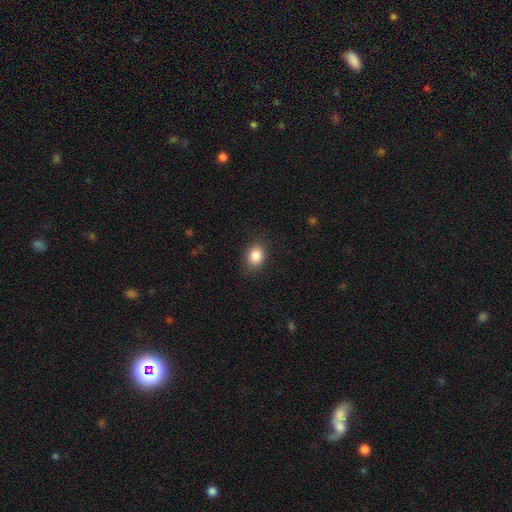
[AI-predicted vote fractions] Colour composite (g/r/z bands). It shows a smooth galaxy with no disk features (87%) that is in between round and cigar-shaped (59%). Merging: none (84%).